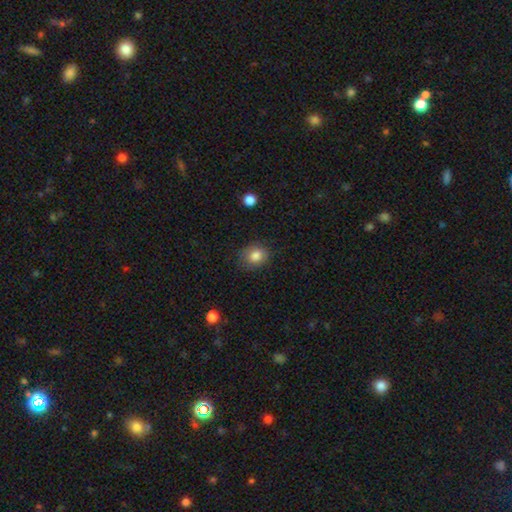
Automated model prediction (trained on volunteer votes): Smooth or featured? smooth (83%)
How rounded? round (59%)
Merging? none (79%)